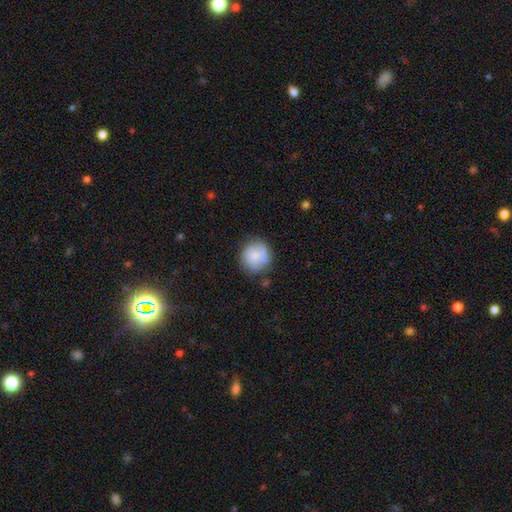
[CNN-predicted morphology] smooth_or_featured: smooth (p=0.65) [alt: featured or disk p=0.27]
how_rounded: round (p=0.88) [alt: in between p=0.11]
merging: none (p=0.66) [alt: minor disturbance p=0.22]